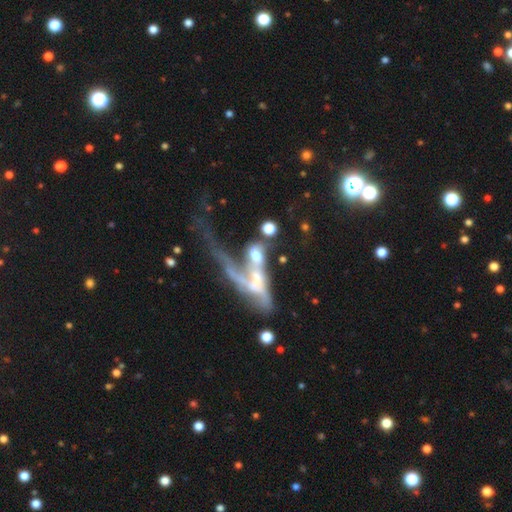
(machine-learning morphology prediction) Smooth or featured?
  - featured or disk: 57% *
  - smooth: 31%
  - star or artifact: 12%
Edge-on disk?
  - no: 87% *
  - yes: 13%
Merging?
  - merger: 64% *
  - major disturbance: 23%
  - none: 8%
  - minor disturbance: 5%